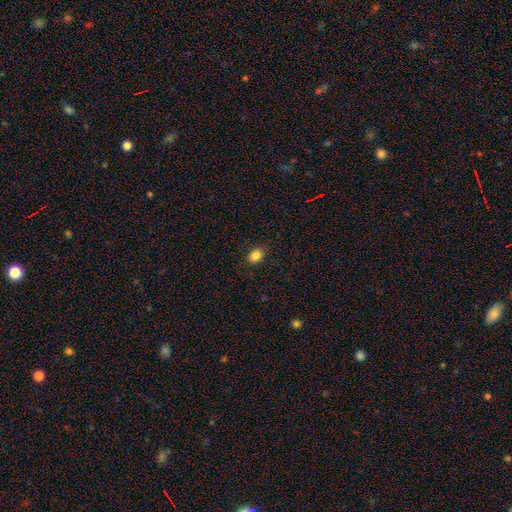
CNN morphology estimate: A smooth galaxy with no disk features (86%) that is round (50%).

Vote fractions:
- Smooth or featured? smooth: 86% / star or artifact: 11% / featured or disk: 4%
- How rounded? round: 50% / in between: 49% / cigar-shaped: 1%
- Merging? none: 89% / minor disturbance: 8% / major disturbance: 2% / merger: 1%